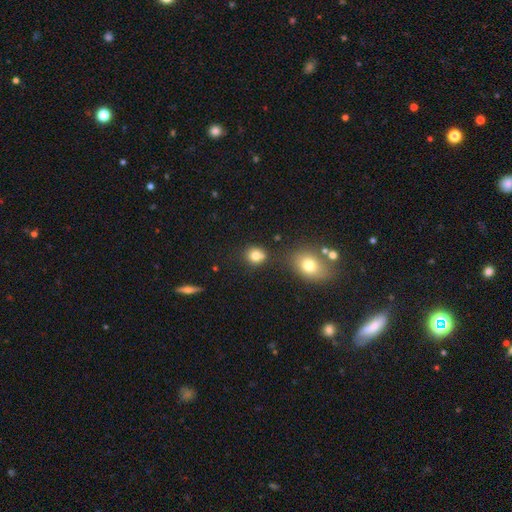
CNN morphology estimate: Overall: smooth (79%). How rounded: round (78%). Merging: none (68%).